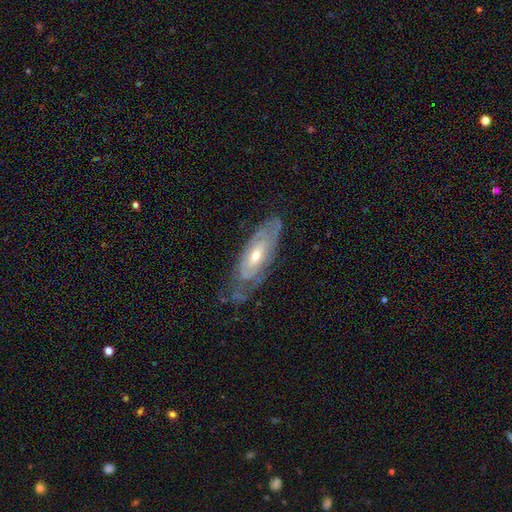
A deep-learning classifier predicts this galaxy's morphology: Smooth or featured: featured or disk — 75% (smooth — 19%)
Edge-on disk: no — 83% (yes — 17%)
Bar: no — 63% (weak — 29%)
Spiral arms: yes — 77% (no — 23%)
Bulge size: moderate — 52% (small — 43%)
Merging: none — 61% (minor disturbance — 25%)